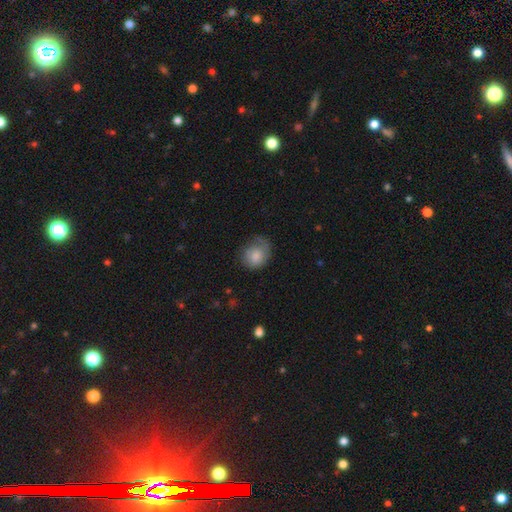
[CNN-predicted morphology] Smooth or featured? smooth (72%)
How rounded? round (59%)
Merging? none (50%)